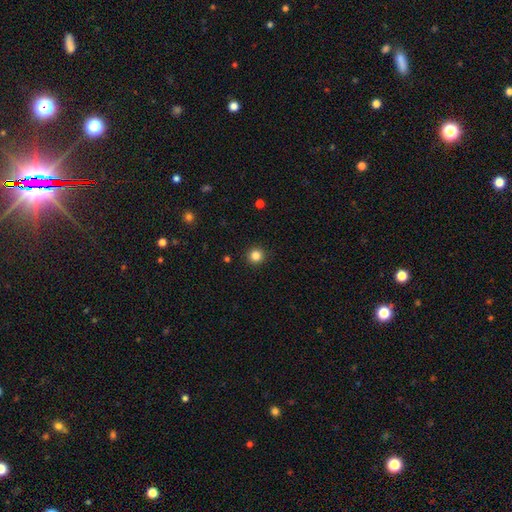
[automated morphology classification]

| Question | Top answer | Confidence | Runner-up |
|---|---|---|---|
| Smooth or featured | smooth | 84% | star or artifact (12%) |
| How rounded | round | 95% | in between (4%) |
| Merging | none | 92% | minor disturbance (5%) |